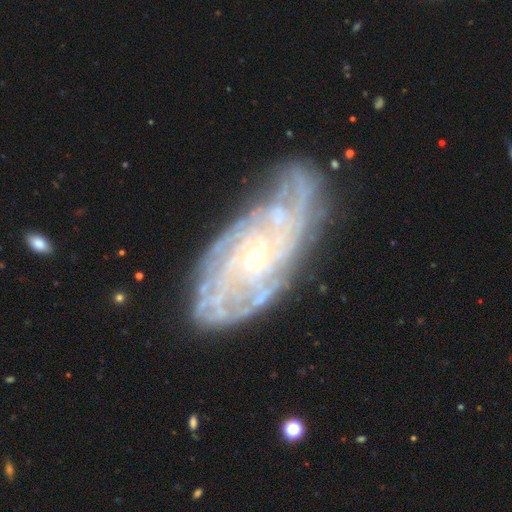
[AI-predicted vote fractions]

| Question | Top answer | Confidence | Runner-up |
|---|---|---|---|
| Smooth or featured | featured or disk | 87% | smooth (7%) |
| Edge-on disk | no | 94% | yes (6%) |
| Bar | no | 72% | weak (22%) |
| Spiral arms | yes | 96% | no (4%) |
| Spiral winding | tight | 71% | medium (23%) |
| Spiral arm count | can't tell | 35% | 4 (18%) |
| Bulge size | small | 79% | moderate (17%) |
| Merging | none | 71% | minor disturbance (19%) |